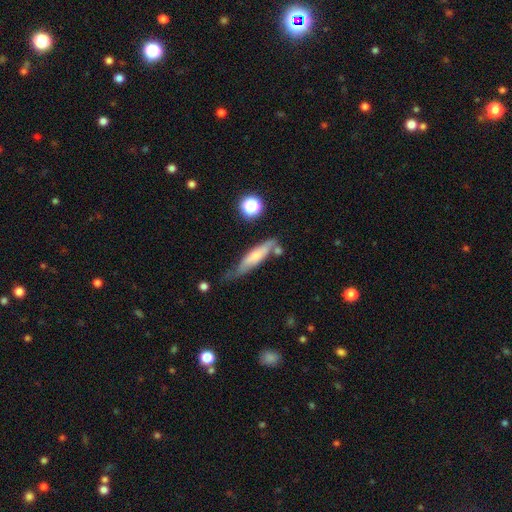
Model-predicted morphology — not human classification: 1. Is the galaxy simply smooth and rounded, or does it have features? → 56% smooth, 37% featured or disk, 8% star or artifact.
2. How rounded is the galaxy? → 75% cigar-shaped, 22% in between, 2% round.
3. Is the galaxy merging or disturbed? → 50% none, 28% minor disturbance, 12% merger, 10% major disturbance.